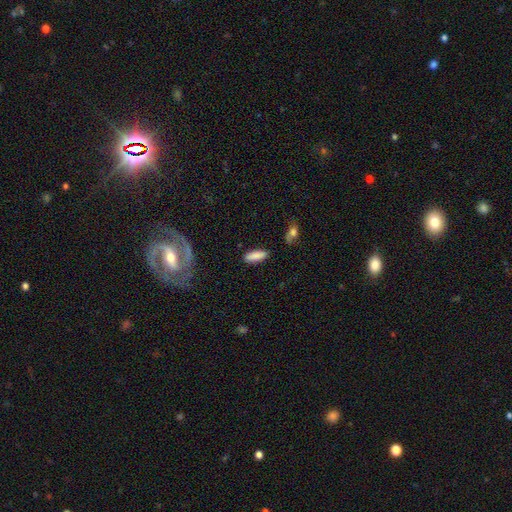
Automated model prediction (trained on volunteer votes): The model was most divided on "how rounded": in between: 58%, cigar-shaped: 40%, round: 2%. More confident: smooth or featured — smooth (87%); merging — none (86%).